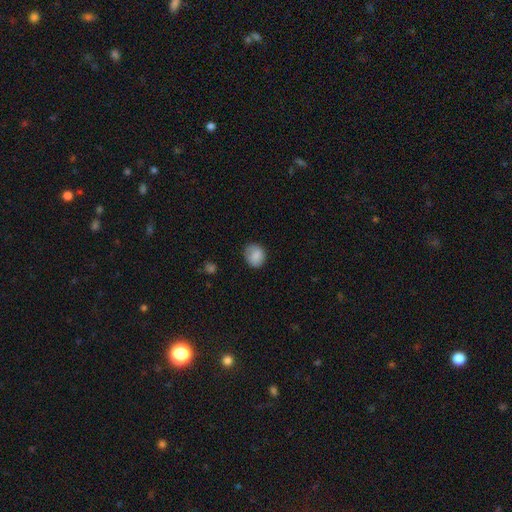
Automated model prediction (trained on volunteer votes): The model was most divided on "how rounded": round: 70%, in between: 29%, cigar-shaped: 1%. More confident: smooth or featured — smooth (84%); merging — none (78%).